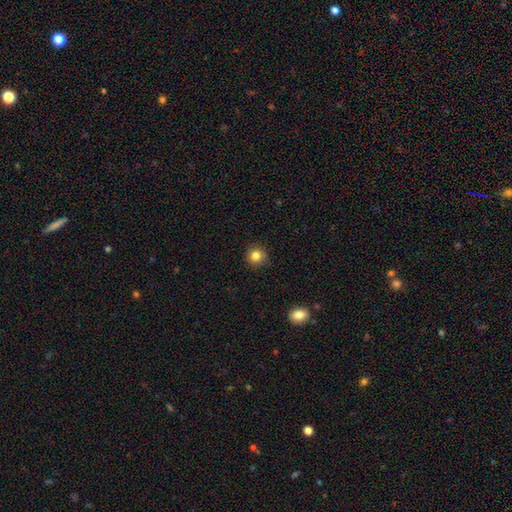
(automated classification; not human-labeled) Smooth or featured?
  - smooth: 83% *
  - star or artifact: 11%
  - featured or disk: 6%
How rounded?
  - round: 94% *
  - in between: 5%
  - cigar-shaped: 1%
Merging?
  - none: 89% *
  - minor disturbance: 8%
  - major disturbance: 2%
  - merger: 1%